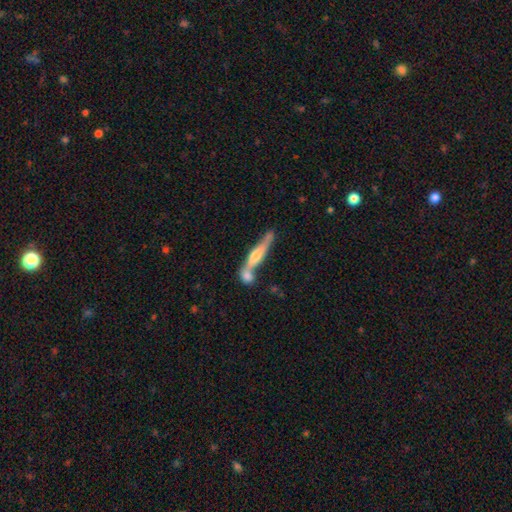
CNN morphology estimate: Q: Smooth or featured?
A: featured or disk (59%); runner-up: smooth (34%)
Q: Edge-on disk?
A: yes (89%); runner-up: no (11%)
Q: Edge-on bulge?
A: rounded (79%); runner-up: boxy (13%)
Q: Merging?
A: none (43%); runner-up: merger (40%)